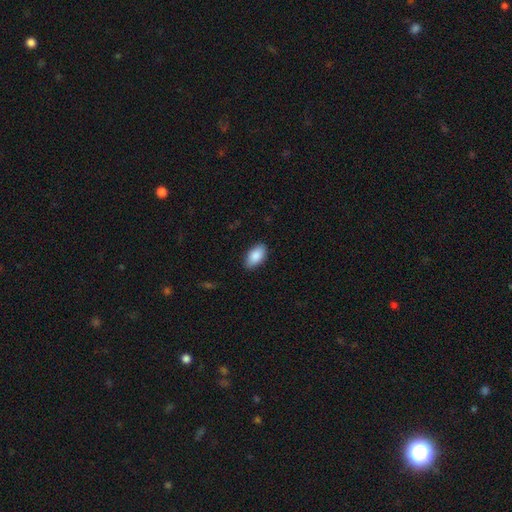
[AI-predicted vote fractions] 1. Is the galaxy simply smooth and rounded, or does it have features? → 88% smooth, 6% star or artifact, 6% featured or disk.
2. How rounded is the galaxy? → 94% in between, 3% round, 3% cigar-shaped.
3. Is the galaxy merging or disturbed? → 86% none, 10% minor disturbance, 2% major disturbance, 1% merger.